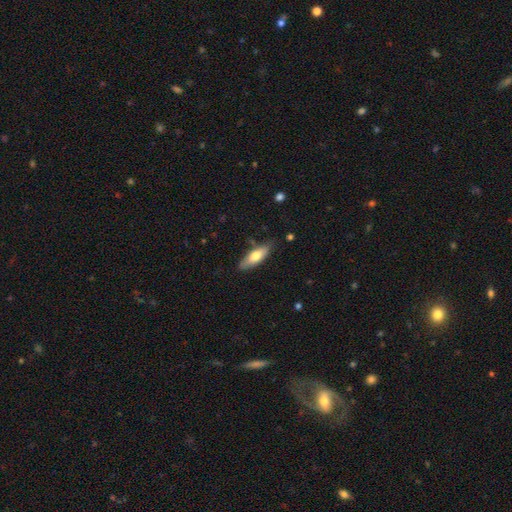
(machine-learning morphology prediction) smooth-or-featured: smooth: 66% | featured or disk: 28% | star or artifact: 6%
  how-rounded: in between: 62% | cigar-shaped: 36% | round: 2%
  merging: none: 79% | minor disturbance: 16% | major disturbance: 3% | merger: 2%